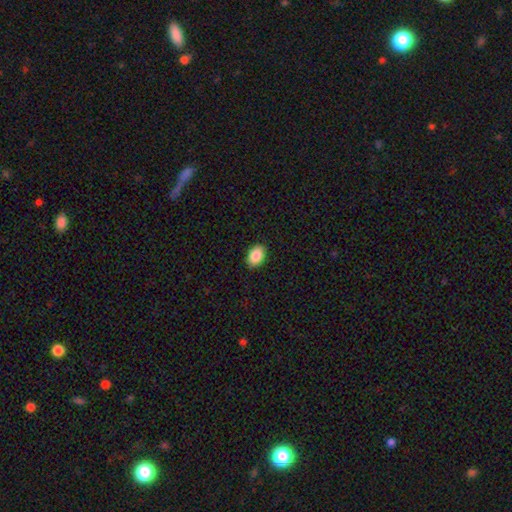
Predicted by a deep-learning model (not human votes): Q: Smooth or featured?
A: smooth (88%); runner-up: star or artifact (7%)
Q: How rounded?
A: in between (86%); runner-up: round (13%)
Q: Merging?
A: none (89%); runner-up: minor disturbance (8%)